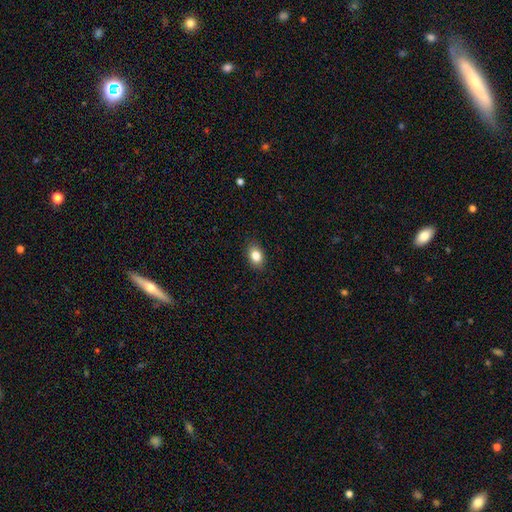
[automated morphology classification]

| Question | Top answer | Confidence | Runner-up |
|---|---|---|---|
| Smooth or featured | smooth | 83% | star or artifact (9%) |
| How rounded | in between | 80% | round (19%) |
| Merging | none | 88% | minor disturbance (9%) |